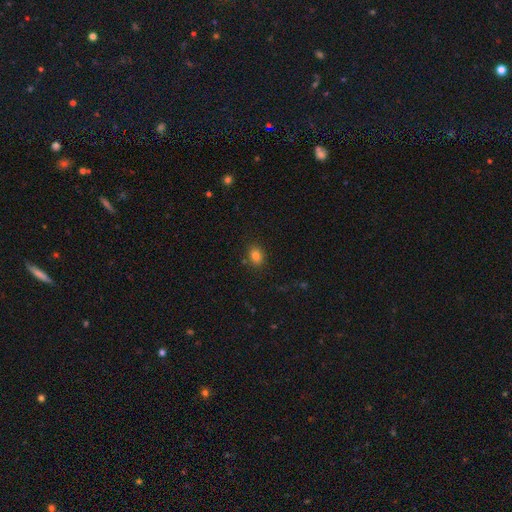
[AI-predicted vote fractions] A smooth galaxy with no disk features (81%) that is in between round and cigar-shaped (63%).

Vote fractions:
- Smooth or featured? smooth: 81% / star or artifact: 12% / featured or disk: 7%
- How rounded? in between: 63% / round: 36% / cigar-shaped: 1%
- Merging? none: 83% / minor disturbance: 10% / merger: 3% / major disturbance: 3%